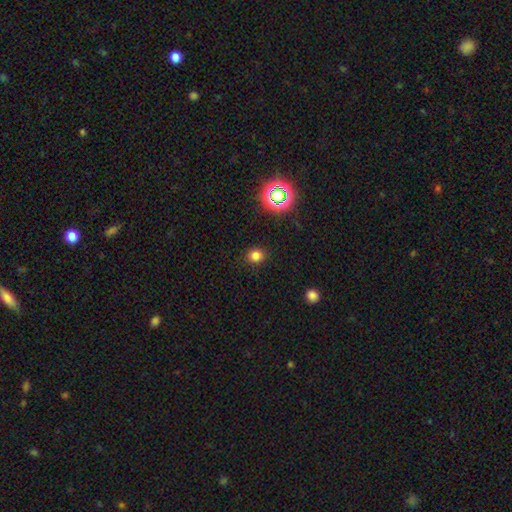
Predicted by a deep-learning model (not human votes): Smooth or featured? Predicted: smooth (p=0.78). How rounded? Predicted: round (p=0.74). Merging? Predicted: none (p=0.89).